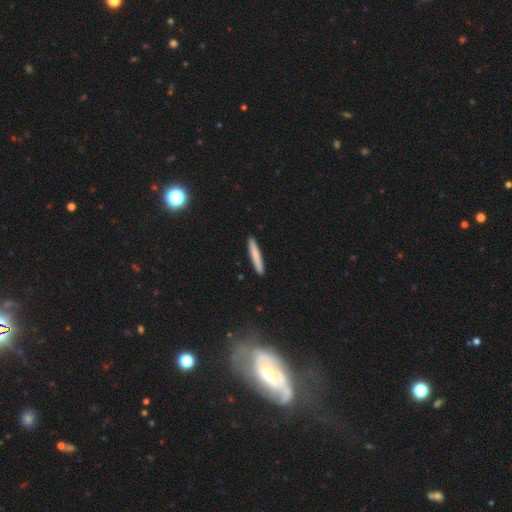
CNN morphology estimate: A smooth galaxy with no disk features (78%) that is cigar-shaped (95%). Merging: none (91%).